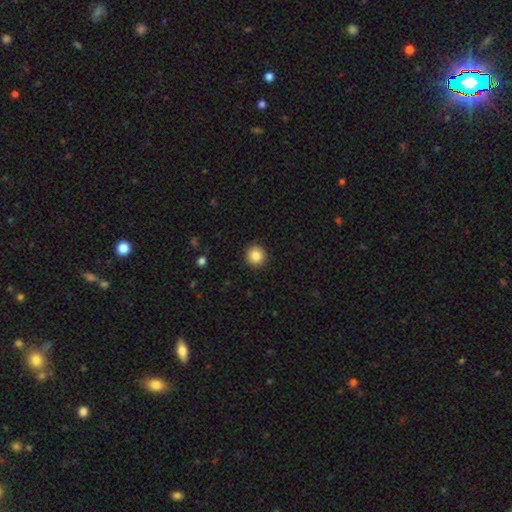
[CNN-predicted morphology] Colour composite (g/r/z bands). It shows a smooth galaxy with no disk features (85%) that is round (95%). Merging: none (92%).